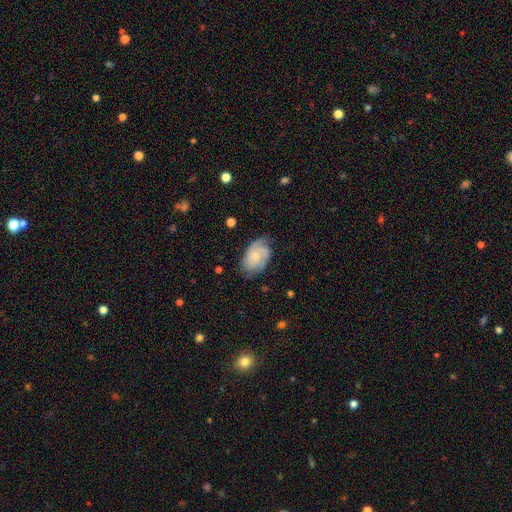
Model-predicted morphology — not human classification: type=featured or disk (66%); edge-on=no (97%); bar=no (72%); spiral arms=yes (92%); winding=tight (52%); arm count=2 (37%); bulge=small (55%); merging=none (67%).